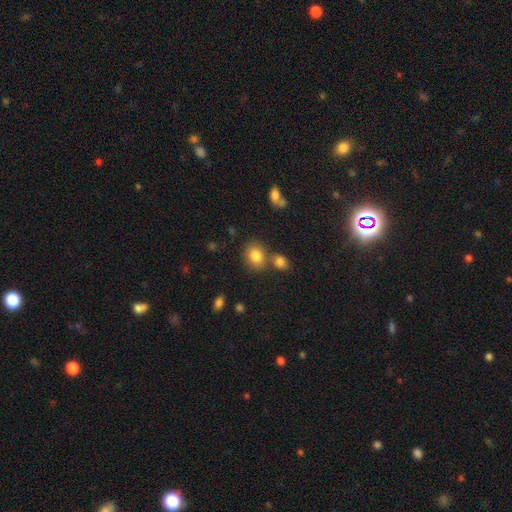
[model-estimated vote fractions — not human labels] The model was most divided on "how rounded": round: 58%, in between: 40%, cigar-shaped: 1%. More confident: smooth or featured — smooth (82%); merging — none (65%).